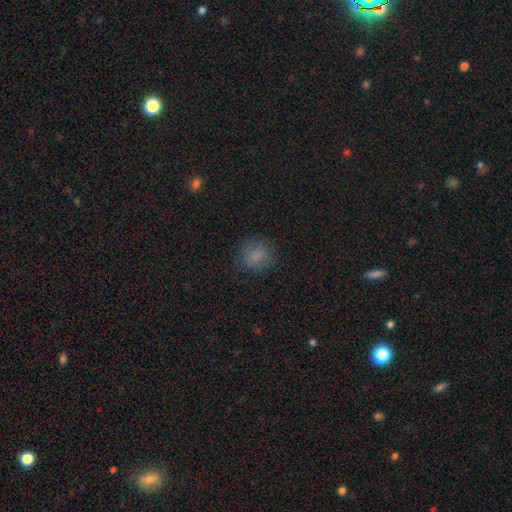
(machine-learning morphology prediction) smooth-or-featured: smooth: 79% | star or artifact: 12% | featured or disk: 9%
  how-rounded: round: 82% | in between: 17% | cigar-shaped: 1%
  merging: none: 78% | minor disturbance: 15% | major disturbance: 6% | merger: 1%